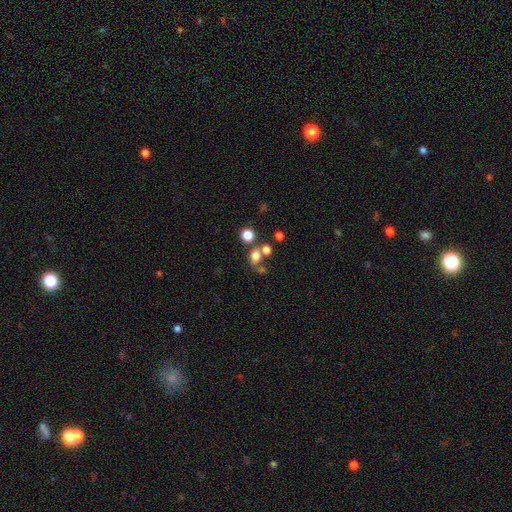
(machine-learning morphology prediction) Q: Smooth or featured?
A: smooth (70%); runner-up: star or artifact (16%)
Q: How rounded?
A: round (59%); runner-up: in between (39%)
Q: Merging?
A: none (41%); runner-up: merger (37%)